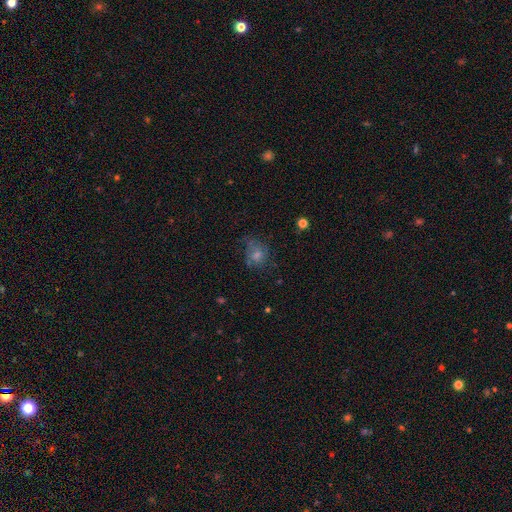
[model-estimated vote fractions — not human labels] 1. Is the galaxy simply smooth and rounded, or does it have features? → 45% smooth, 31% featured or disk, 23% star or artifact.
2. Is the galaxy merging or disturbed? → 57% none, 23% minor disturbance, 18% major disturbance, 2% merger.